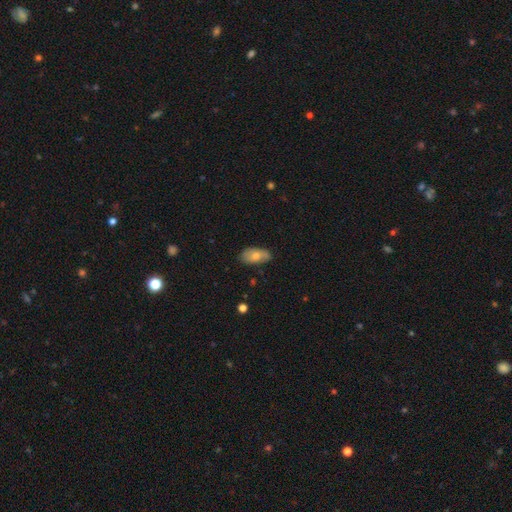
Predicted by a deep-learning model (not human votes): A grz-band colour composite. It shows a smooth galaxy with no disk features (71%) that is in between round and cigar-shaped (92%). Merging: none (72%).